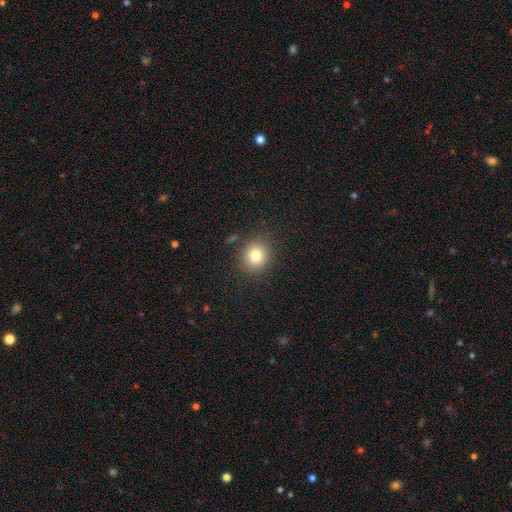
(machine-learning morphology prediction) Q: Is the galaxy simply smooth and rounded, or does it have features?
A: smooth — 80%.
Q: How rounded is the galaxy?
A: round — 85%.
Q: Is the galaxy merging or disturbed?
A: none — 87%.